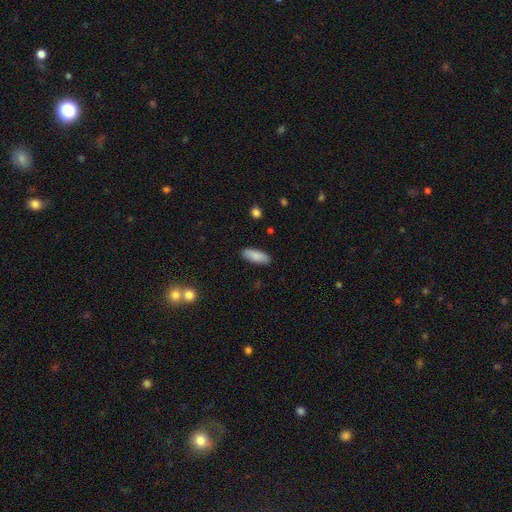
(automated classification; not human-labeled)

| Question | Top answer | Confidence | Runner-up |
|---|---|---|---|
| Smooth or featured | smooth | 86% | featured or disk (8%) |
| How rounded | in between | 74% | cigar-shaped (24%) |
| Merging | none | 89% | minor disturbance (8%) |